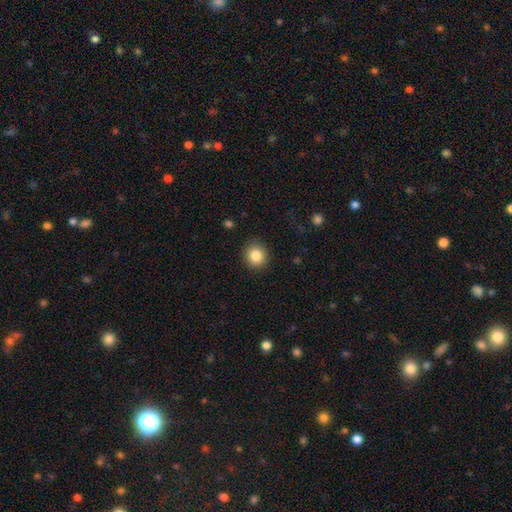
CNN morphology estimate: Overall: smooth (85%). How rounded: round (85%). Merging: none (89%).